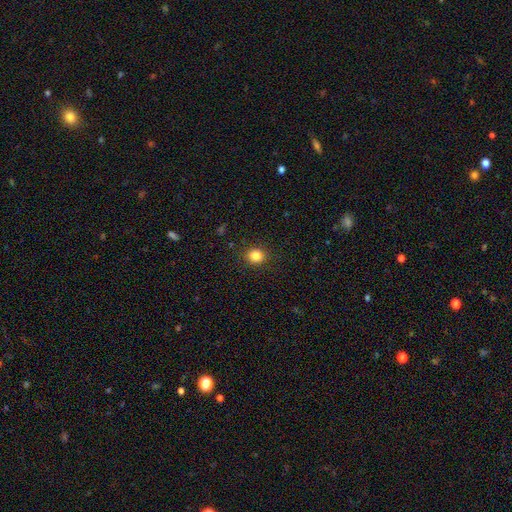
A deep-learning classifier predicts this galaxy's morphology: This is clearly a smooth galaxy (83%). How rounded: clearly round (81%). Merging: clearly none (90%).